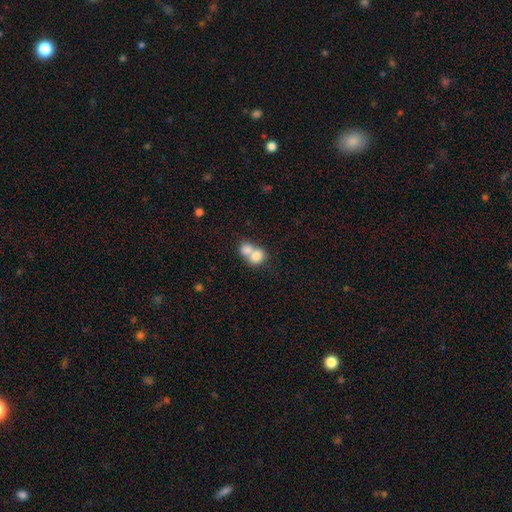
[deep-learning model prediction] This appears to be a smooth galaxy with no disk features (76%) that is in between round and cigar-shaped (51%). Merging: merger (73%).